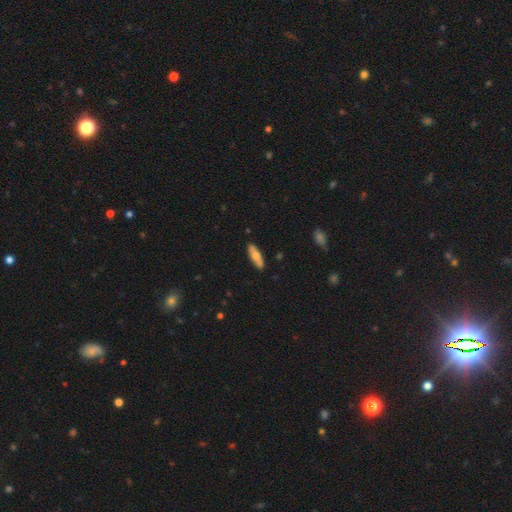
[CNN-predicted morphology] Q: Smooth or featured?
A: smooth (54%); runner-up: featured or disk (40%)
Q: How rounded?
A: in between (50%); runner-up: cigar-shaped (48%)
Q: Merging?
A: none (86%); runner-up: minor disturbance (10%)